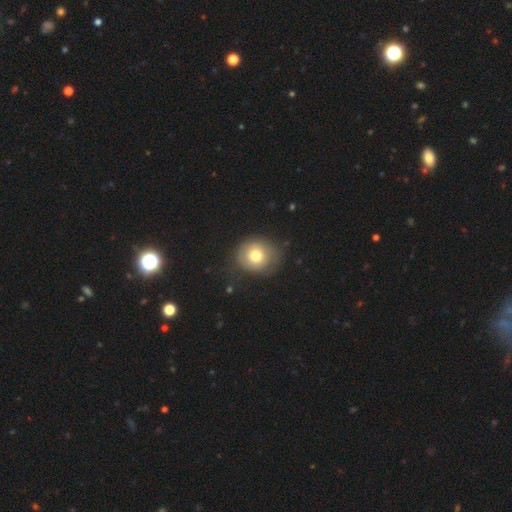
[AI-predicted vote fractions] smooth-or-featured: smooth: 75% | featured or disk: 16% | star or artifact: 9%
  how-rounded: round: 82% | in between: 17% | cigar-shaped: 1%
  merging: none: 73% | minor disturbance: 19% | major disturbance: 7% | merger: 2%